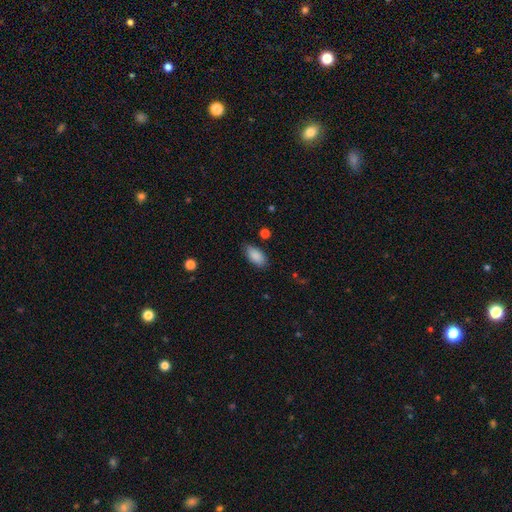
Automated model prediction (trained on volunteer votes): This is clearly a smooth galaxy (88%). How rounded: clearly in between (91%). Merging: likely none (77%).